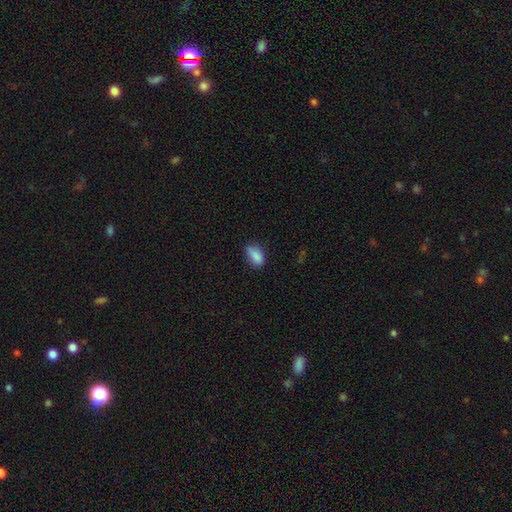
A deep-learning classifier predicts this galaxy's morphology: This appears to be a smooth galaxy with no disk features (87%) that is in between round and cigar-shaped (89%). Merging: none (65%).